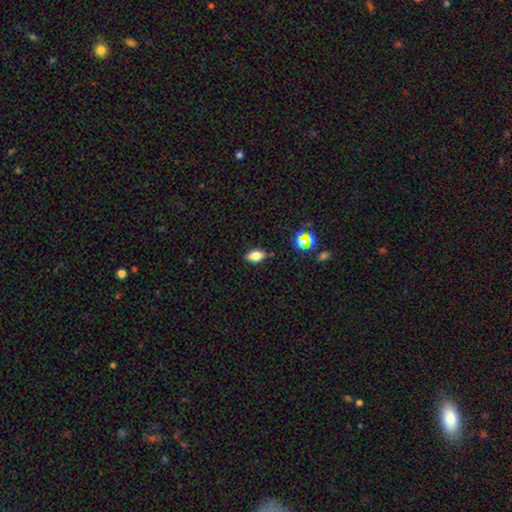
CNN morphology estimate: Smooth or featured: smooth — 73% (star or artifact — 14%)
How rounded: in between — 87% (round — 8%)
Merging: none — 83% (minor disturbance — 12%)